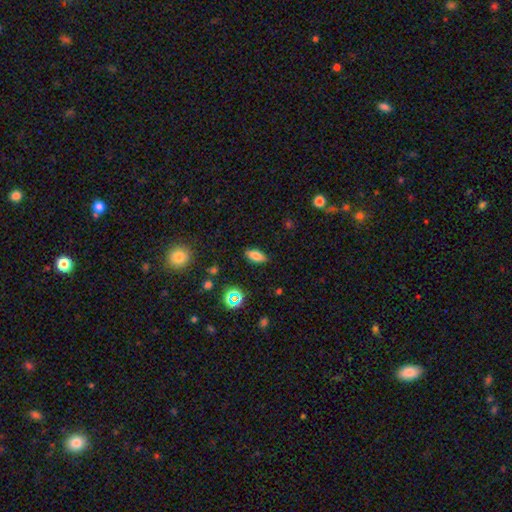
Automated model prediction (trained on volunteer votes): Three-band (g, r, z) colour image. It shows a smooth galaxy with no disk features (73%) that is in between round and cigar-shaped (80%). Merging: none (85%).